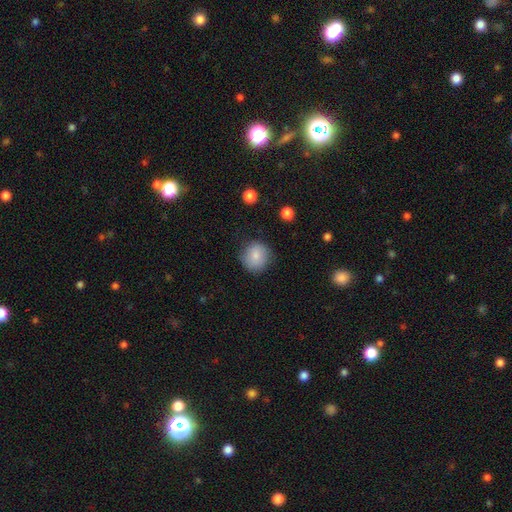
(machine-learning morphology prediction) This appears to be a smooth galaxy with no disk features (83%) that is round (89%). Merging: none (81%).